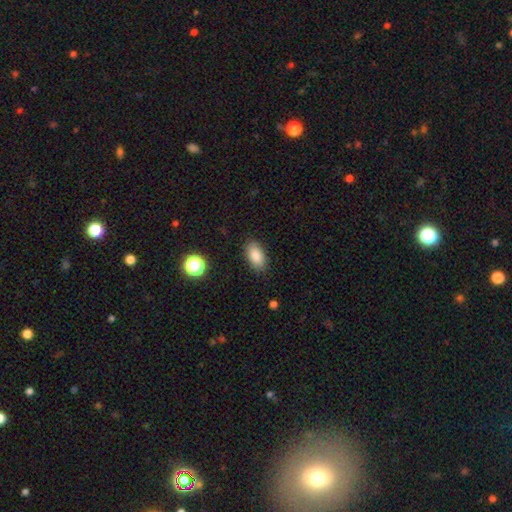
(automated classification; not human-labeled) Smooth or featured: smooth — 86% (star or artifact — 8%)
How rounded: in between — 92% (round — 5%)
Merging: none — 87% (minor disturbance — 9%)